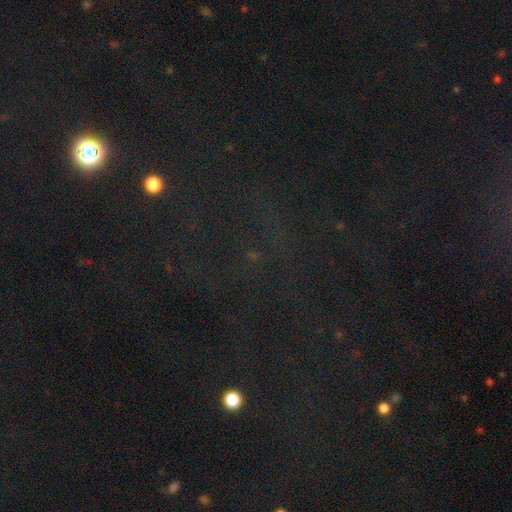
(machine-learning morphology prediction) A star or artifact, not a galaxy (77%).